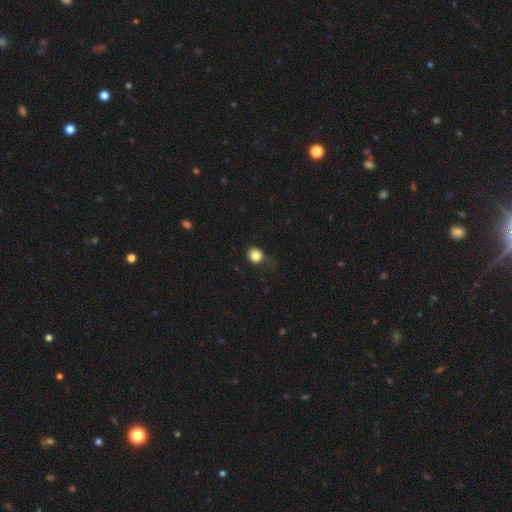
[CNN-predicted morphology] smooth 83%, star or artifact 11%, featured or disk 6%. Down the decision tree: how rounded — round (76%); merging — none (60%).